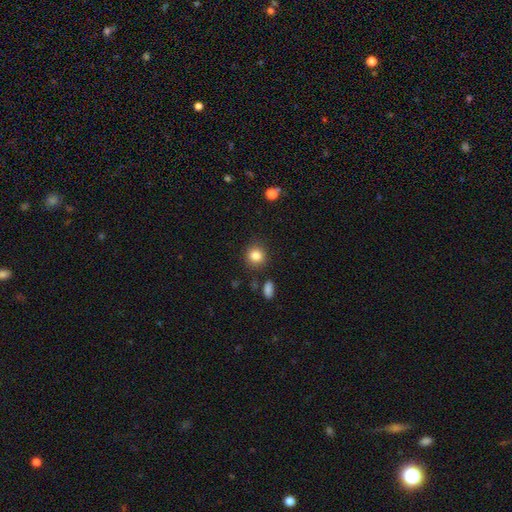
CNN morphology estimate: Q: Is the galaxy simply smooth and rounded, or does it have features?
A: smooth — 85%.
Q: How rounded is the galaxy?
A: round — 86%.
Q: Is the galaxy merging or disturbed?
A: none — 86%.